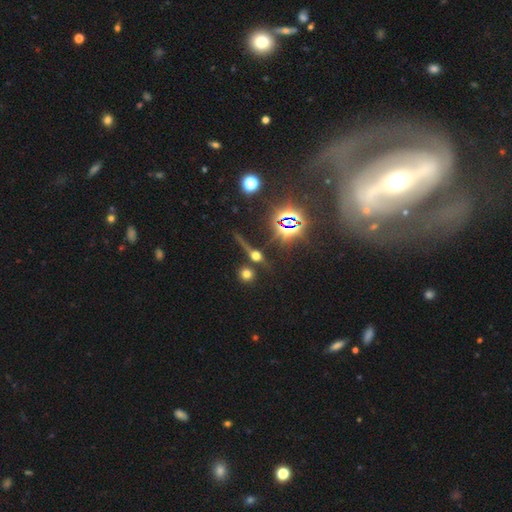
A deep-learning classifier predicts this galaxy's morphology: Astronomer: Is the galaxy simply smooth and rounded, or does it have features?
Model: star or artifact — 42% (runner-up: smooth, 40%).